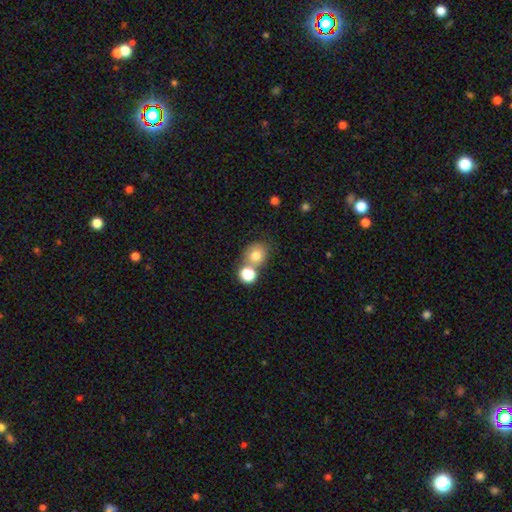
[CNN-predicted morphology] smooth_or_featured: smooth (p=0.75) [alt: star or artifact p=0.13]
how_rounded: round (p=0.73) [alt: in between p=0.26]
merging: none (p=0.54) [alt: merger p=0.31]